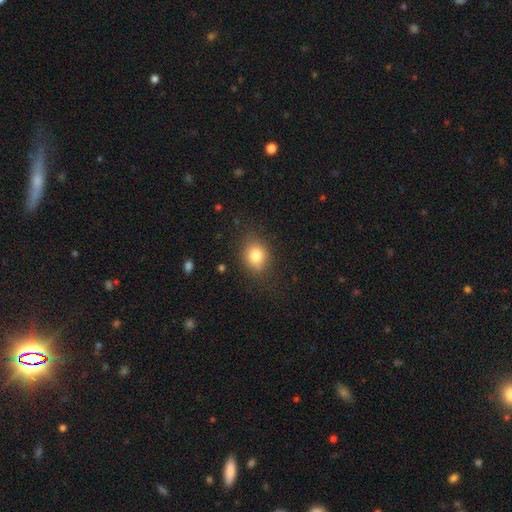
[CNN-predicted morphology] Smooth or featured?
  - smooth: 81% *
  - star or artifact: 10%
  - featured or disk: 9%
How rounded?
  - round: 54% *
  - in between: 45%
  - cigar-shaped: 1%
Merging?
  - none: 81% *
  - minor disturbance: 14%
  - major disturbance: 4%
  - merger: 1%